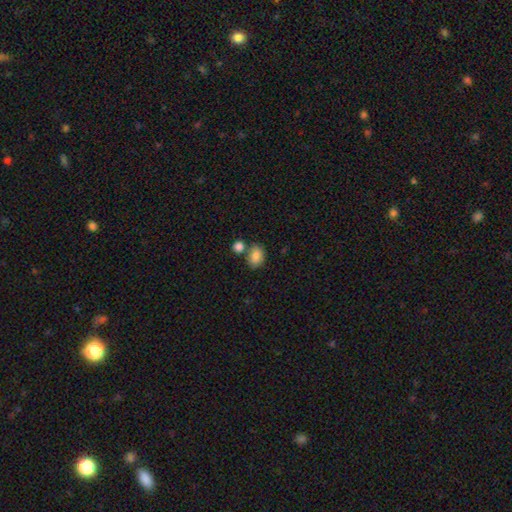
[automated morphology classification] Smooth or featured? Predicted: smooth (p=0.85). How rounded? Predicted: in between (p=0.71). Merging? Predicted: none (p=0.60).